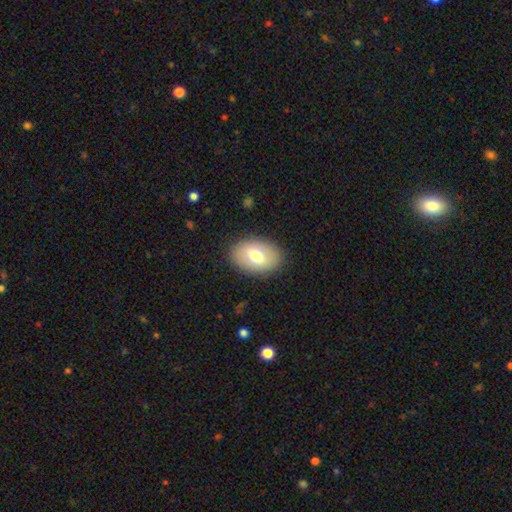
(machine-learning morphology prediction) Smooth or featured: smooth — 71% (featured or disk — 22%)
How rounded: in between — 86% (round — 13%)
Merging: none — 86% (minor disturbance — 10%)